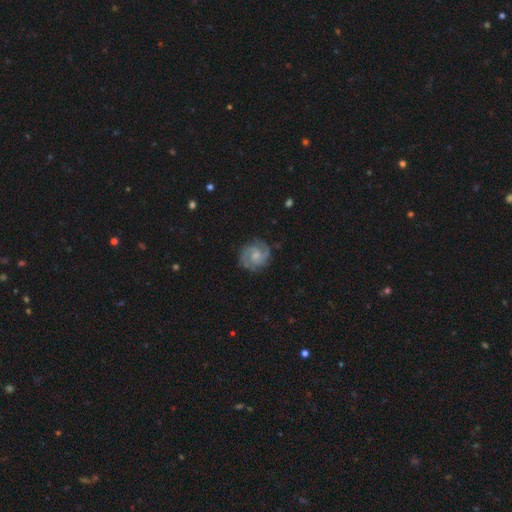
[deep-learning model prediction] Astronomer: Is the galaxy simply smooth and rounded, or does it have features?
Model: featured or disk — 79%.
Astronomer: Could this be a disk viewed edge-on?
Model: no — 98%.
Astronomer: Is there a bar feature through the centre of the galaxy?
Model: no — 52% (runner-up: weak, 42%).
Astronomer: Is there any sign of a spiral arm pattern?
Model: yes — 96%.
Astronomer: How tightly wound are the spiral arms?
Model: tight — 46% (runner-up: medium, 44%).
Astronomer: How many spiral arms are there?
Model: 2 — 68%.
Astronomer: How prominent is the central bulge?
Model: small — 45% (runner-up: moderate, 39%).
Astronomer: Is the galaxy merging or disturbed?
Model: none — 80%.